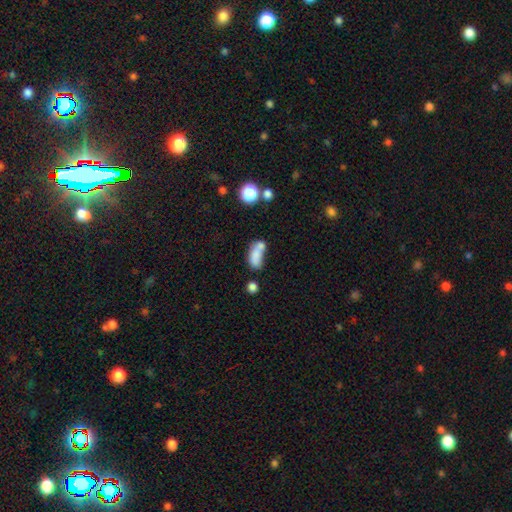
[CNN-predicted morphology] type=smooth (73%); roundness=in between (81%); merging=merger (42%).